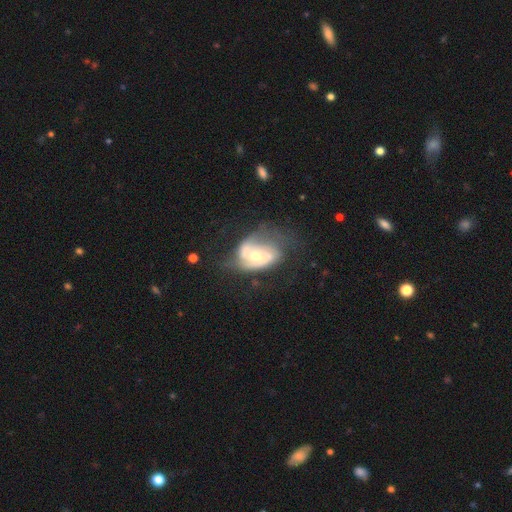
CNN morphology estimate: The model was most divided on "spiral winding": medium: 42%, tight: 37%, loose: 21%. Remaining: edge-on disk — no (97%); spiral arms — yes (82%); smooth or featured — featured or disk (75%); bulge size — moderate (64%); bar — no (55%); spiral arm count — 2 (51%); merging — none (39%).